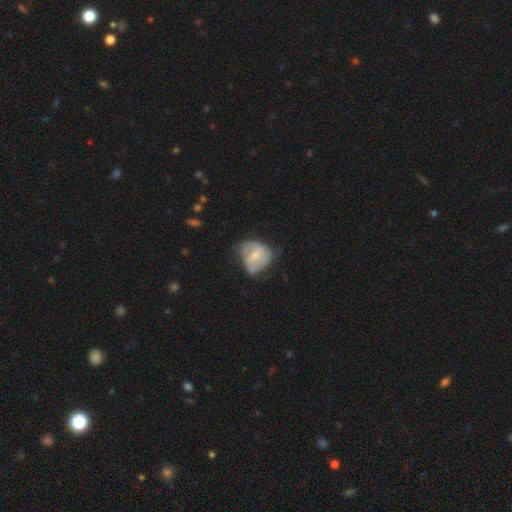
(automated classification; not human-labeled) Smooth or featured: featured or disk — 56% (smooth — 38%)
Edge-on disk: no — 97% (yes — 3%)
Bar: weak — 50% (no — 26%)
Spiral arms: yes — 64% (no — 36%)
Bulge size: small — 47% (moderate — 40%)
Merging: none — 41% (minor disturbance — 35%)